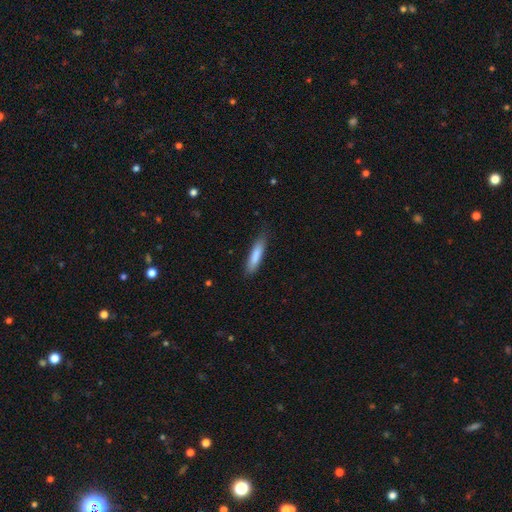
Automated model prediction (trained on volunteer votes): Smooth or featured?
  - smooth: 83% *
  - featured or disk: 11%
  - star or artifact: 6%
How rounded?
  - cigar-shaped: 82% *
  - in between: 17%
  - round: 1%
Merging?
  - none: 81% *
  - minor disturbance: 15%
  - major disturbance: 3%
  - merger: 1%